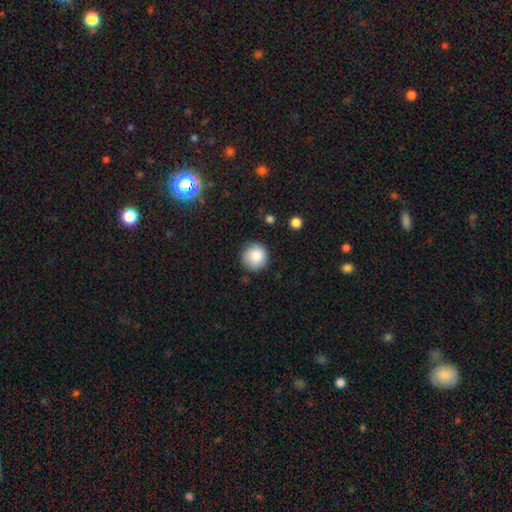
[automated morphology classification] Q: Smooth or featured?
A: smooth (85%); runner-up: star or artifact (8%)
Q: How rounded?
A: round (95%); runner-up: in between (4%)
Q: Merging?
A: none (86%); runner-up: minor disturbance (10%)